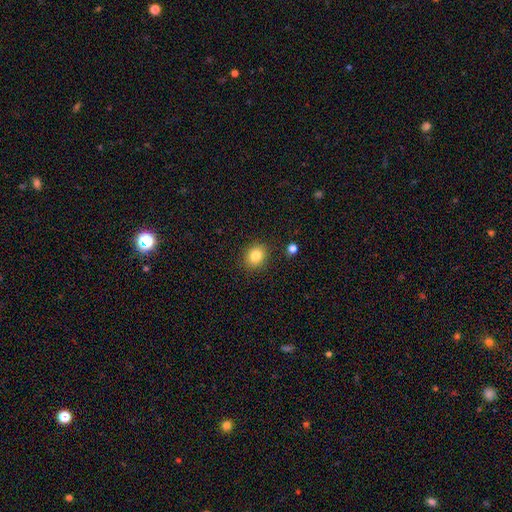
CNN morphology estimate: Smooth or featured: smooth — 83% (star or artifact — 11%)
How rounded: round — 71% (in between — 28%)
Merging: none — 88% (minor disturbance — 8%)